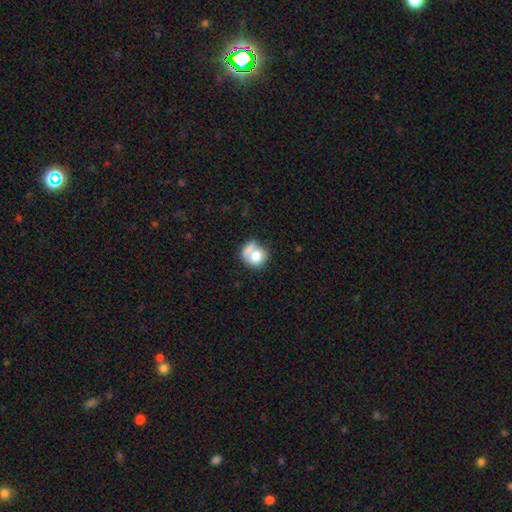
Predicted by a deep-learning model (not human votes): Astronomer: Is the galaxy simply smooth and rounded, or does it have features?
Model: smooth — 72%.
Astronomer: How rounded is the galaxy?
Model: round — 73%.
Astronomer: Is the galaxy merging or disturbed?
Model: none — 38% (runner-up: merger, 33%).